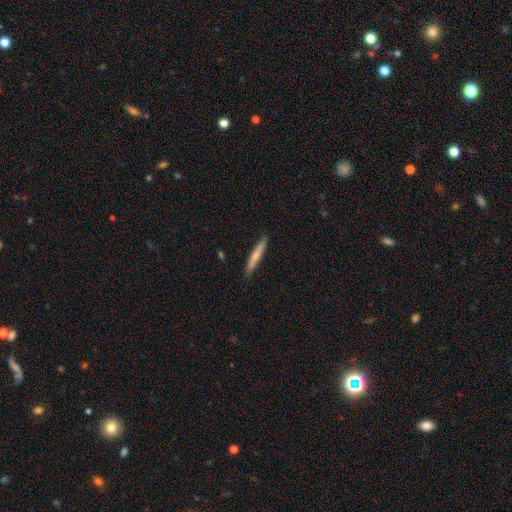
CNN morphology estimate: smooth_or_featured: smooth (p=0.69) [alt: featured or disk p=0.25]
how_rounded: cigar-shaped (p=0.94) [alt: in between p=0.04]
merging: none (p=0.86) [alt: minor disturbance p=0.11]